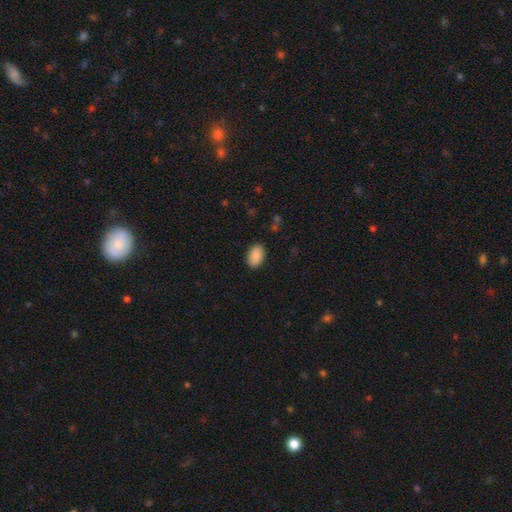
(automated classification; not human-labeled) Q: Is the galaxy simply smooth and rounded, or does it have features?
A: smooth — 89%.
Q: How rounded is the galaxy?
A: in between — 92%.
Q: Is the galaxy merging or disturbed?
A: none — 88%.